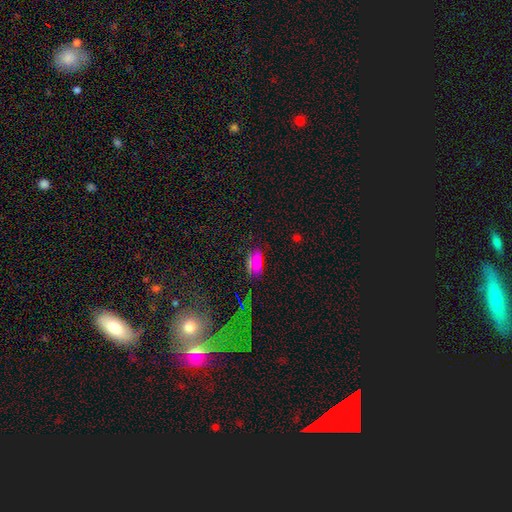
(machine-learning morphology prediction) smooth-or-featured: smooth: 66% | star or artifact: 25% | featured or disk: 9%
  how-rounded: in between: 91% | round: 5% | cigar-shaped: 4%
  merging: none: 71% | minor disturbance: 19% | major disturbance: 7% | merger: 3%